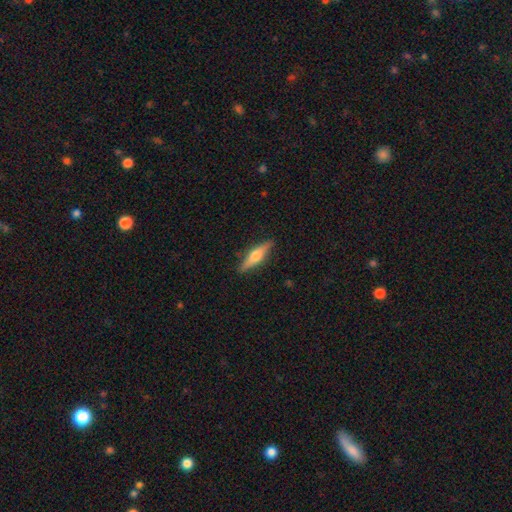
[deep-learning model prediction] smooth-or-featured: featured or disk: 55% | smooth: 39% | star or artifact: 6%
  disk-edge-on: yes: 95% | no: 5%
    edge-on-bulge: rounded: 91% | boxy: 6% | none: 3%
  merging: none: 87% | minor disturbance: 9% | major disturbance: 2% | merger: 1%